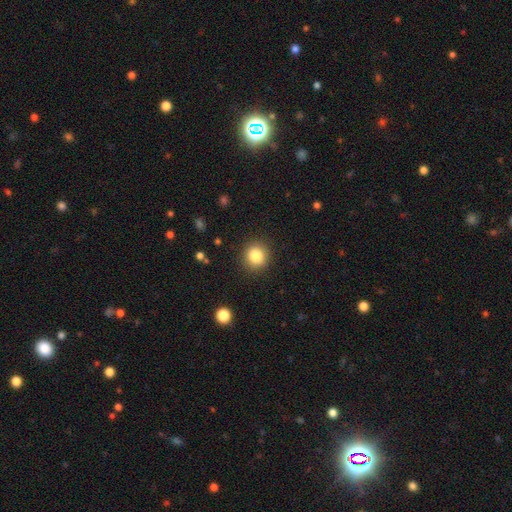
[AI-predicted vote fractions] Smooth or featured? Predicted: smooth (p=0.84). How rounded? Predicted: round (p=0.90). Merging? Predicted: none (p=0.90).